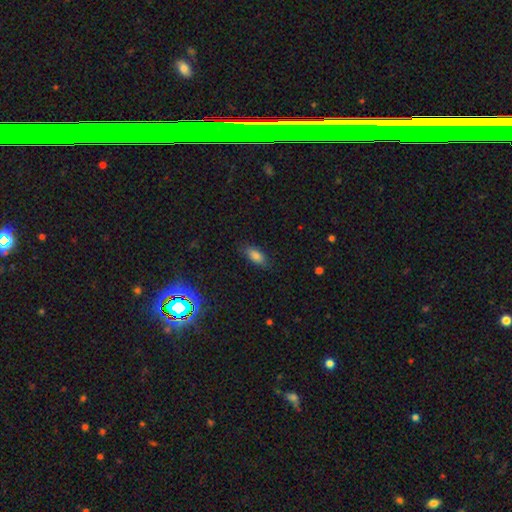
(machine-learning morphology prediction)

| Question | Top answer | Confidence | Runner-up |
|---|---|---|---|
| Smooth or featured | smooth | 83% | star or artifact (10%) |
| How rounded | in between | 85% | cigar-shaped (12%) |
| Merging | none | 84% | minor disturbance (12%) |